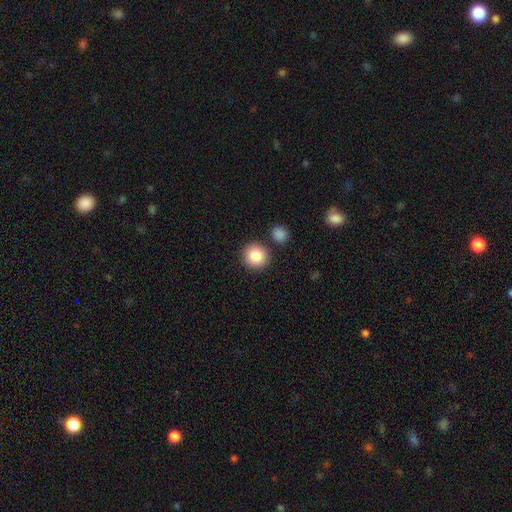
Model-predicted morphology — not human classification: A smooth galaxy with no disk features (85%) that is round (92%).

Vote fractions:
- Smooth or featured? smooth: 85% / star or artifact: 8% / featured or disk: 7%
- How rounded? round: 92% / in between: 7% / cigar-shaped: 1%
- Merging? none: 84% / minor disturbance: 7% / merger: 7% / major disturbance: 2%